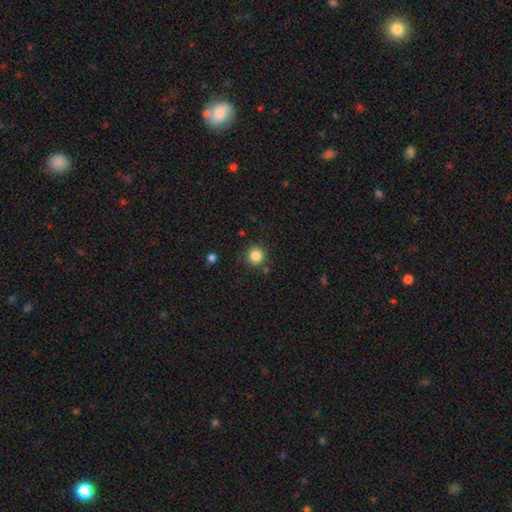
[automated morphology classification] smooth 85%, star or artifact 11%, featured or disk 4%. Down the decision tree: how rounded — round (94%); merging — none (87%).